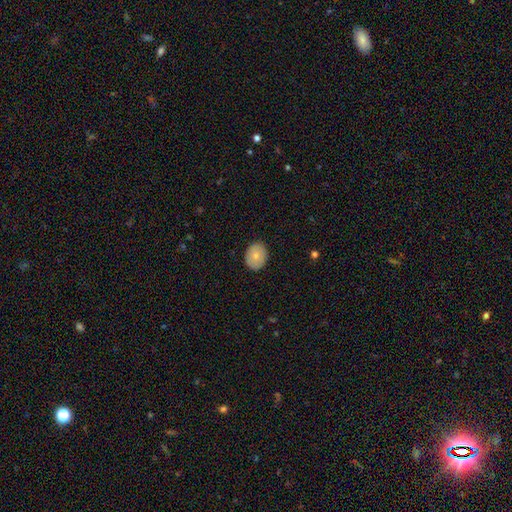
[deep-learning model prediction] This appears to be a smooth galaxy with no disk features (79%) that is in between round and cigar-shaped (58%). Merging: none (88%).